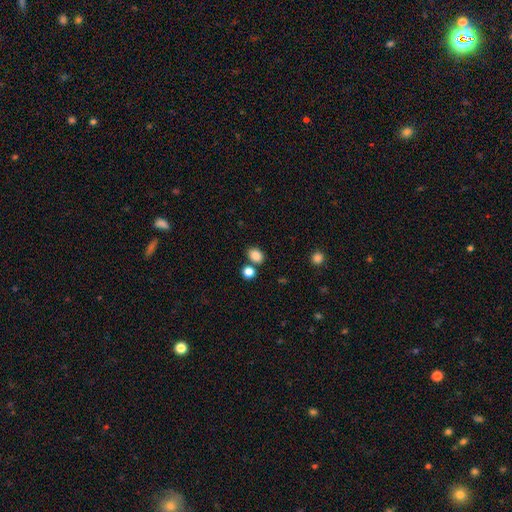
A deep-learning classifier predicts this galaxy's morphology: A smooth galaxy with no disk features (85%) that is in between round and cigar-shaped (64%). Merging: none (69%).